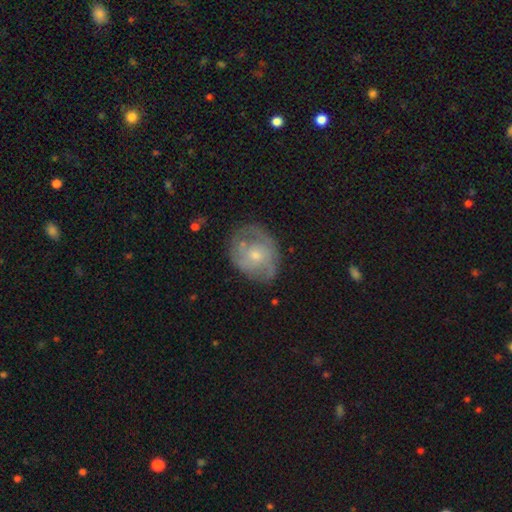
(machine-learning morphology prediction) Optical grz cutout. It shows a featured or disk galaxy (60%) with no bar (79%), spiral arms (66%) and a small central bulge (55%). Merging: none (60%).